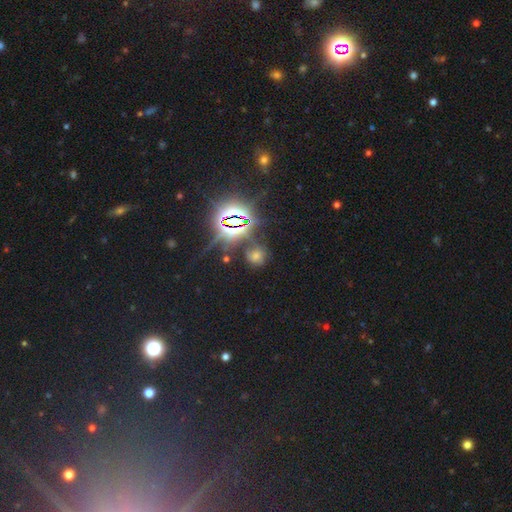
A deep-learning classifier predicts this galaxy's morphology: A star or artifact, not a galaxy (50%).

Vote fractions:
- Smooth or featured? star or artifact: 50% / smooth: 39% / featured or disk: 11%